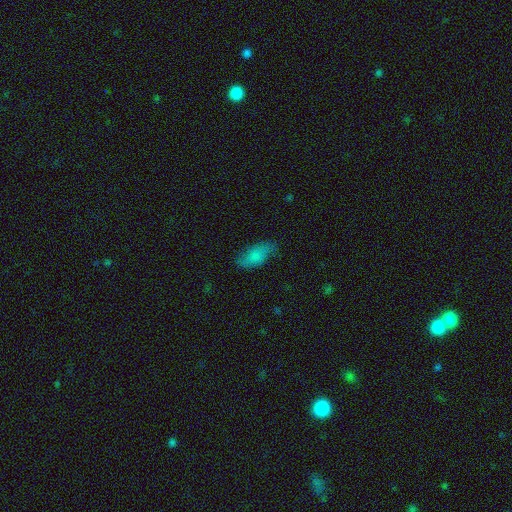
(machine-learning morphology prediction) This appears to be a smooth galaxy with no disk features (75%) that is in between round and cigar-shaped (89%). Merging: none (68%).